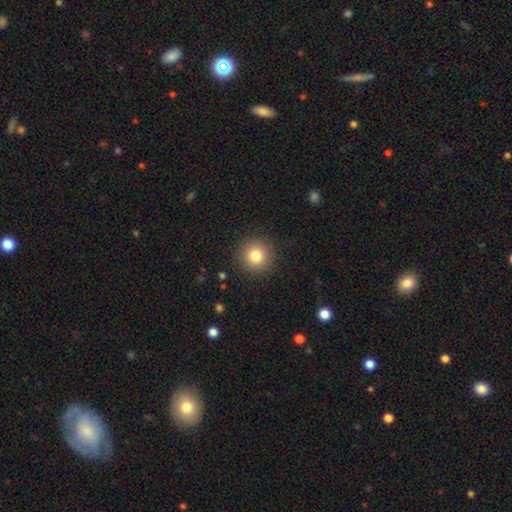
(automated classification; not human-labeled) Overall: smooth (81%). How rounded: round (95%). Merging: none (91%).